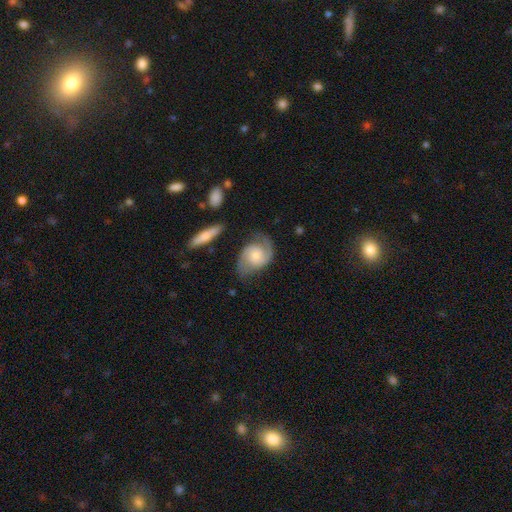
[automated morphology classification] Smooth or featured? featured or disk (77%)
Edge-on disk? no (97%)
Bar? no (67%)
Spiral arms? yes (95%)
Spiral winding? medium (50%)
Spiral arm count? 2 (88%)
Bulge size? moderate (44%)
Merging? none (69%)